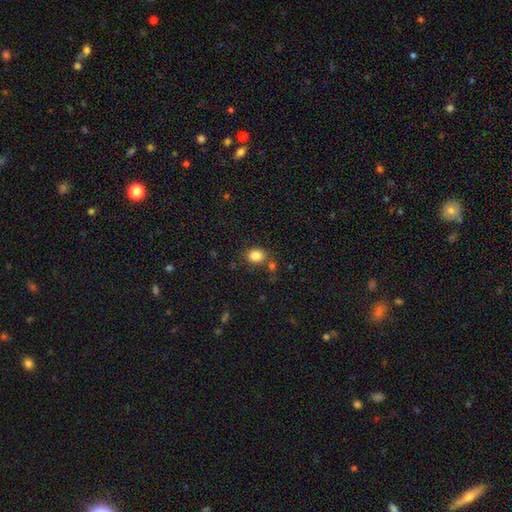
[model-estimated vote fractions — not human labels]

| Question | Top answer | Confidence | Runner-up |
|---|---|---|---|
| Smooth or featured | smooth | 86% | star or artifact (10%) |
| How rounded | round | 55% | in between (44%) |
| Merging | none | 72% | minor disturbance (12%) |